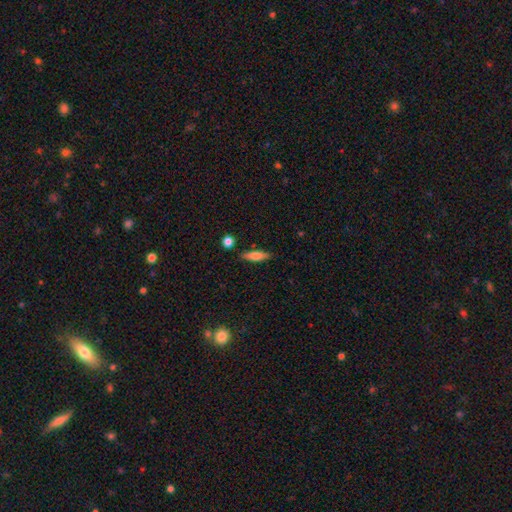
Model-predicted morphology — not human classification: The model was most divided on "how rounded": cigar-shaped: 57%, in between: 41%, round: 3%. More confident: merging — none (84%); smooth or featured — smooth (71%).